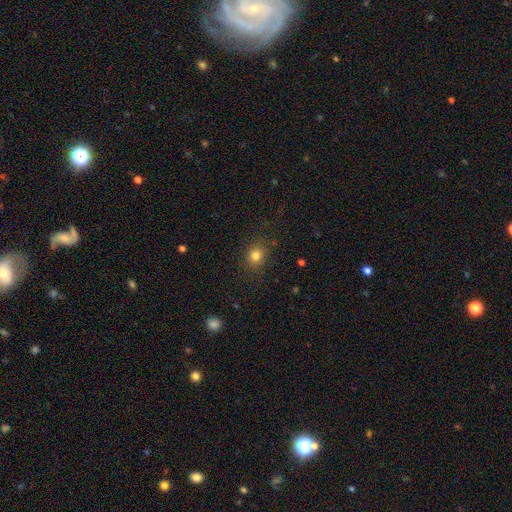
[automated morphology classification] This is clearly a smooth galaxy (80%). How rounded: likely round (73%). Merging: clearly none (86%).